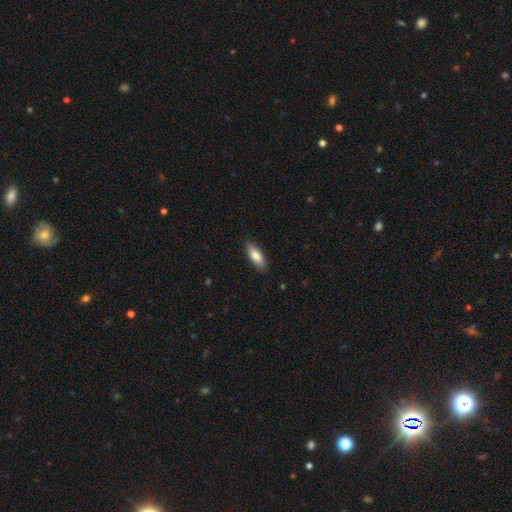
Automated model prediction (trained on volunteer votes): Smooth or featured?
  - smooth: 82% *
  - featured or disk: 12%
  - star or artifact: 6%
How rounded?
  - in between: 72% *
  - cigar-shaped: 26%
  - round: 2%
Merging?
  - none: 87% *
  - minor disturbance: 10%
  - major disturbance: 2%
  - merger: 1%